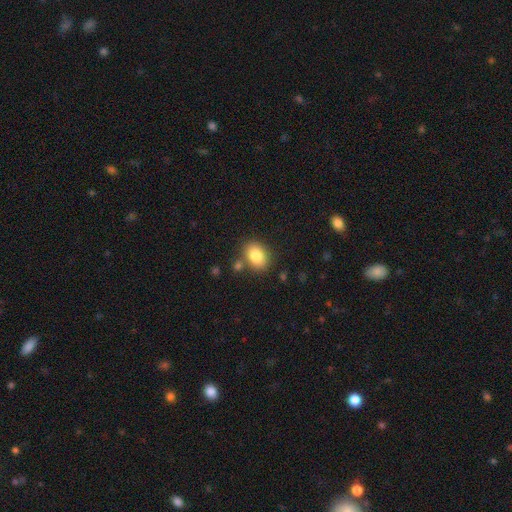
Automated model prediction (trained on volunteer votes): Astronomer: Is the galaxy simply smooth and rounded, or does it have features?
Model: smooth — 83%.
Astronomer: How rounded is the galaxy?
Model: in between — 71%.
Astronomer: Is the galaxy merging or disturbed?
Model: none — 76%.